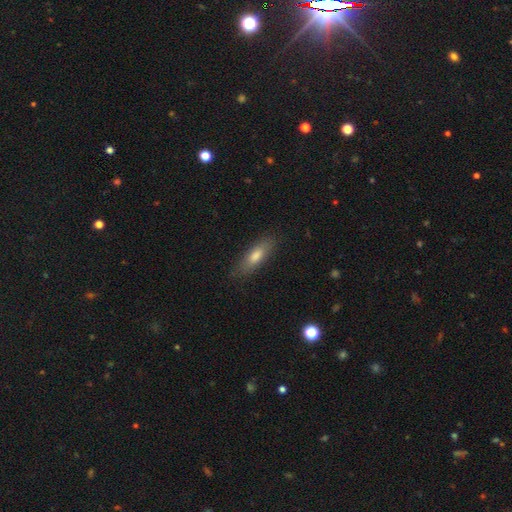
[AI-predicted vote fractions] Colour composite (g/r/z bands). It shows a smooth galaxy with no disk features (72%) that is in between round and cigar-shaped (50%). Merging: none (83%).